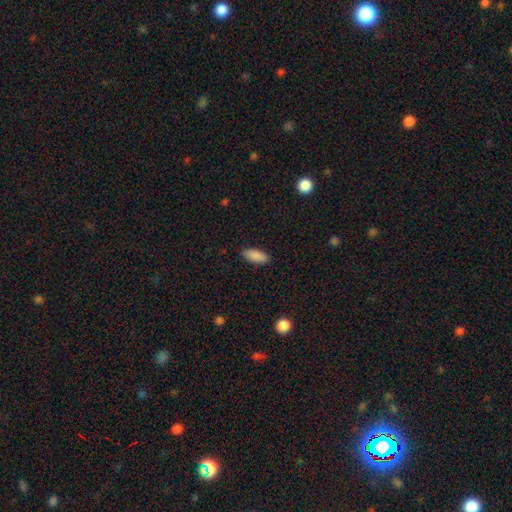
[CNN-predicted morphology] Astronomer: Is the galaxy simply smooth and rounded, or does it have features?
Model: smooth — 89%.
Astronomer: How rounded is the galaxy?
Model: in between — 81%.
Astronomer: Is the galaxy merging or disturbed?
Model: none — 88%.